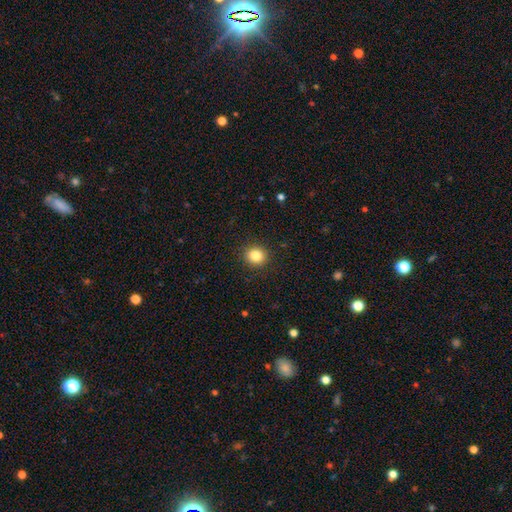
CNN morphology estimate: This appears to be a smooth galaxy with no disk features (84%) that is round (86%). Merging: none (91%).